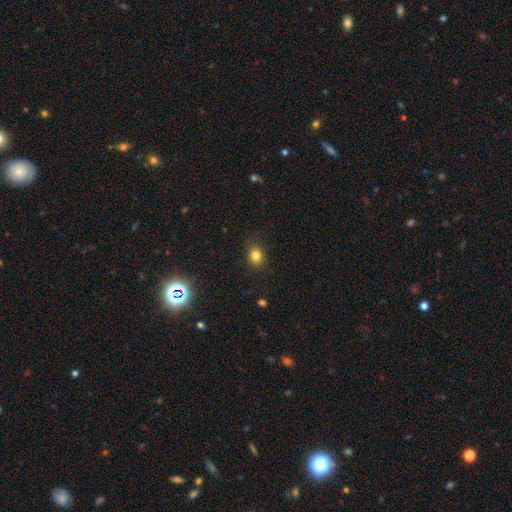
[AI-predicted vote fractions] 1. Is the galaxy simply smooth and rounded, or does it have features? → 81% smooth, 13% star or artifact, 6% featured or disk.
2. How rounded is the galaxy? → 56% round, 43% in between, 1% cigar-shaped.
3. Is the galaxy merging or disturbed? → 84% none, 12% minor disturbance, 3% major disturbance, 1% merger.